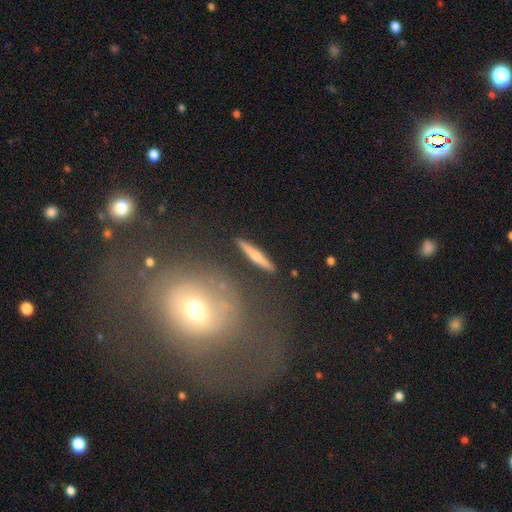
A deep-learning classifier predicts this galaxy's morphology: smooth 53%, featured or disk 40%, star or artifact 7%. Down the decision tree: how rounded — cigar-shaped (91%); merging — none (88%).